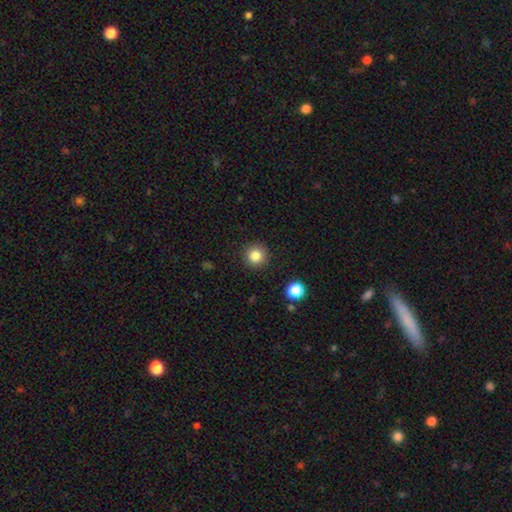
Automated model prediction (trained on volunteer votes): smooth-or-featured: smooth: 83% | star or artifact: 11% | featured or disk: 5%
  how-rounded: round: 94% | in between: 5% | cigar-shaped: 1%
  merging: none: 90% | minor disturbance: 6% | major disturbance: 2% | merger: 1%